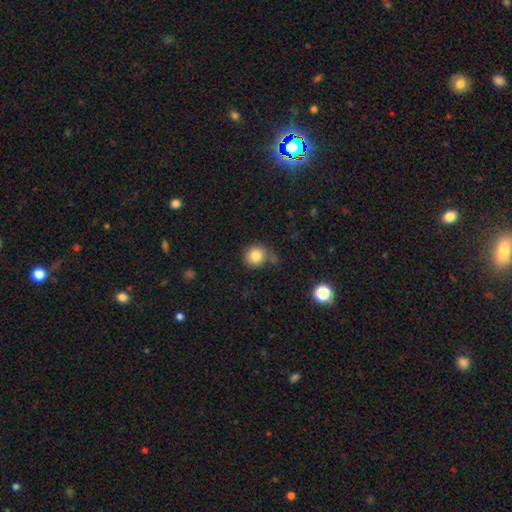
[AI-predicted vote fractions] Smooth or featured?
  - smooth: 82% *
  - star or artifact: 11%
  - featured or disk: 7%
How rounded?
  - round: 88% *
  - in between: 11%
  - cigar-shaped: 1%
Merging?
  - none: 68% *
  - minor disturbance: 20%
  - merger: 7%
  - major disturbance: 6%